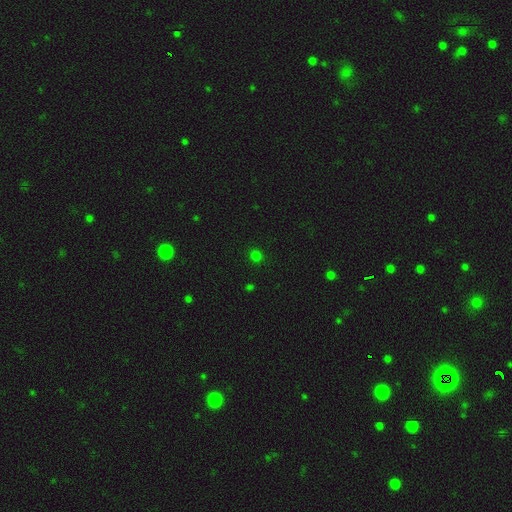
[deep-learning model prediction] Smooth or featured? smooth (75%)
How rounded? round (89%)
Merging? none (91%)